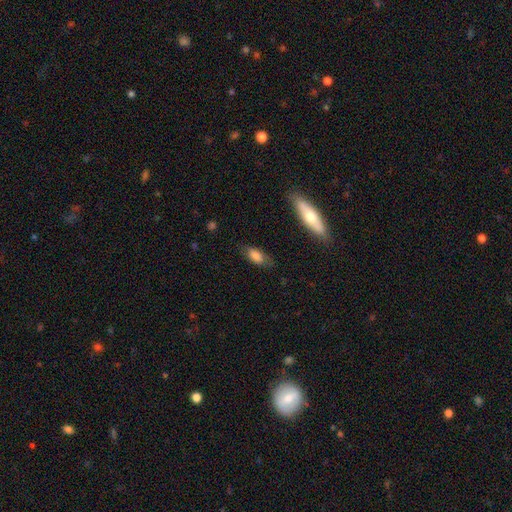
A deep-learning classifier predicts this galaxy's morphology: Smooth or featured? smooth (76%)
How rounded? in between (78%)
Merging? none (73%)